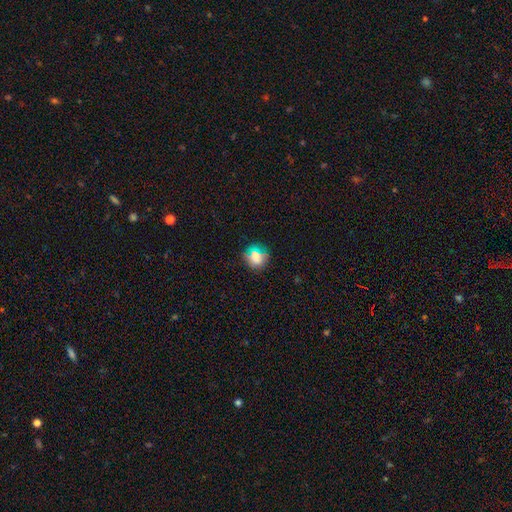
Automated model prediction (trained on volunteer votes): A smooth galaxy with no disk features (75%) that is round (89%). Merging: none (84%).